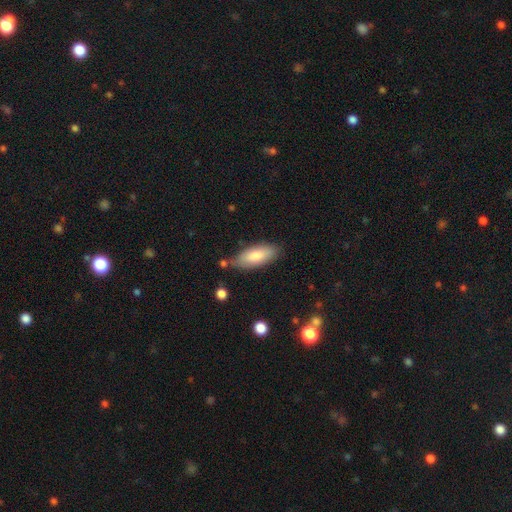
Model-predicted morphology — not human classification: smooth_or_featured: smooth (p=0.81) [alt: featured or disk p=0.14]
how_rounded: in between (p=0.77) [alt: cigar-shaped p=0.22]
merging: none (p=0.71) [alt: minor disturbance p=0.20]